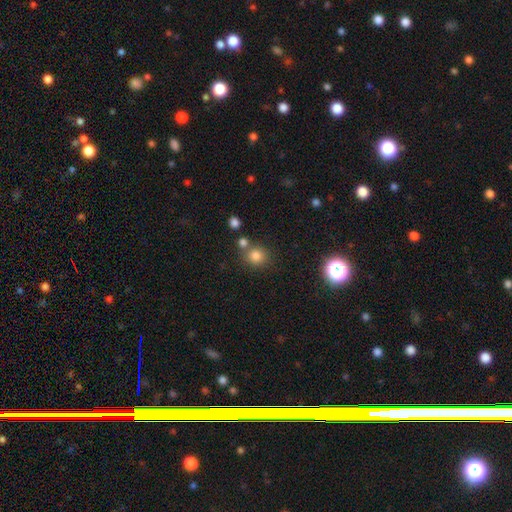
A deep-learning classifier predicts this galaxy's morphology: Smooth or featured?
  - smooth: 80% *
  - star or artifact: 14%
  - featured or disk: 6%
How rounded?
  - round: 86% *
  - in between: 13%
  - cigar-shaped: 1%
Merging?
  - none: 68% *
  - merger: 19%
  - minor disturbance: 10%
  - major disturbance: 4%